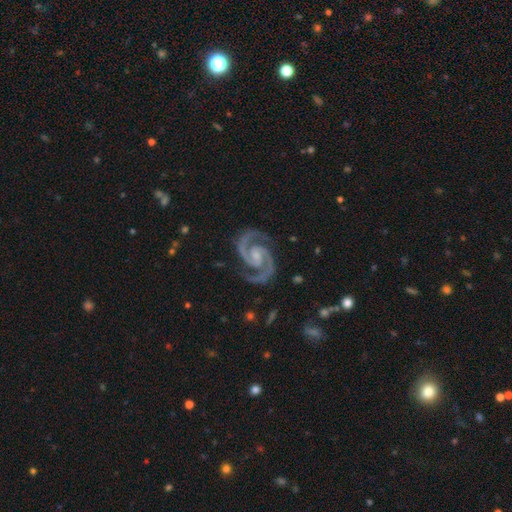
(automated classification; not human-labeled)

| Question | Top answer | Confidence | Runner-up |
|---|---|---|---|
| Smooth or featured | featured or disk | 95% | star or artifact (3%) |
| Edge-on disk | no | 98% | yes (2%) |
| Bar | no | 44% | weak (39%) |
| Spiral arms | yes | 99% | no (1%) |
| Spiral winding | medium | 58% | tight (37%) |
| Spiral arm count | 2 | 94% | 3 (2%) |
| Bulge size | small | 50% | moderate (29%) |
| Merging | none | 82% | minor disturbance (13%) |